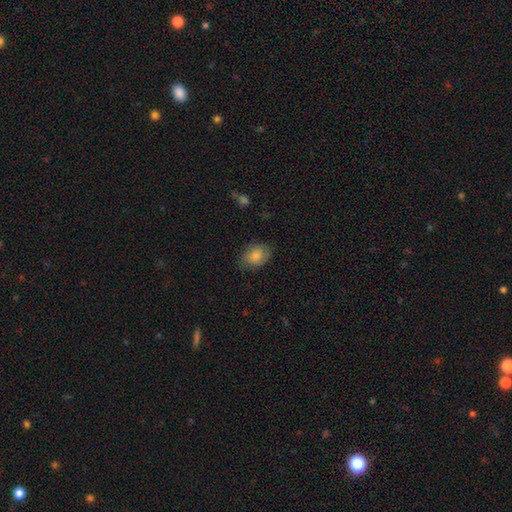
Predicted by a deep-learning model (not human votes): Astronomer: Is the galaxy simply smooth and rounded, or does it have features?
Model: smooth — 76%.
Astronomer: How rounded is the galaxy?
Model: in between — 76%.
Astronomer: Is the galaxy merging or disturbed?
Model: none — 73%.